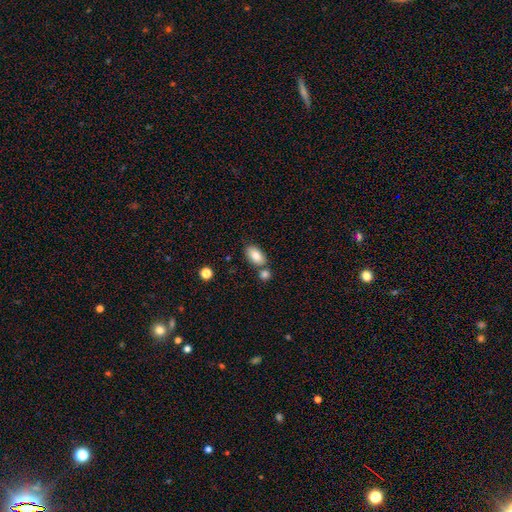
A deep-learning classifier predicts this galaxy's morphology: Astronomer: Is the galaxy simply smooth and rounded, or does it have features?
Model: smooth — 84%.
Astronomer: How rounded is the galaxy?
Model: in between — 92%.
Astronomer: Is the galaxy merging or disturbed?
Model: none — 65%.